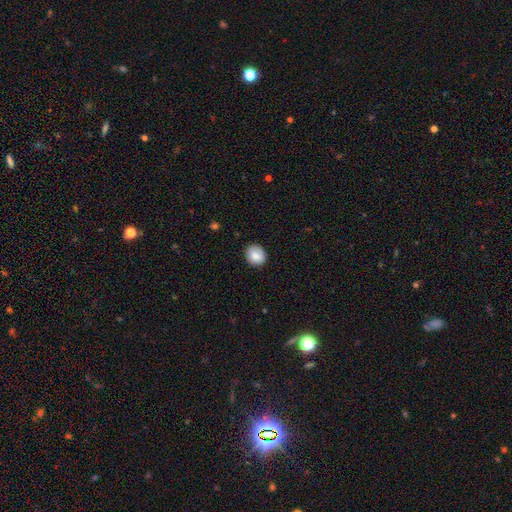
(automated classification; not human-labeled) smooth-or-featured: smooth: 83% | featured or disk: 9% | star or artifact: 8%
  how-rounded: round: 70% | in between: 29% | cigar-shaped: 1%
  merging: none: 85% | minor disturbance: 12% | major disturbance: 2% | merger: 1%